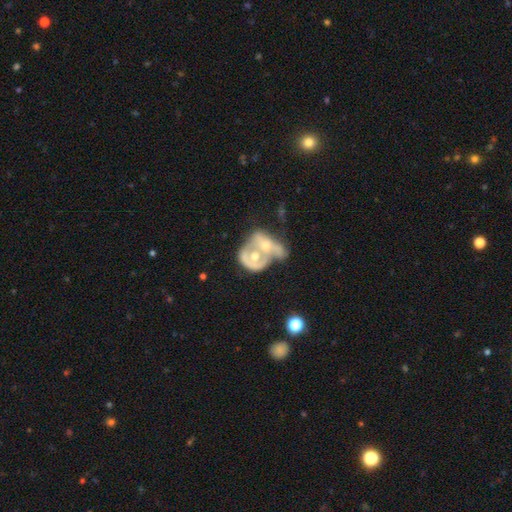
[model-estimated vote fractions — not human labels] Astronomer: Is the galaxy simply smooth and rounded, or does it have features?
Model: featured or disk — 65%.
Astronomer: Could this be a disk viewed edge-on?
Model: no — 96%.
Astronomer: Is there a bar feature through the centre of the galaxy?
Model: no — 78%.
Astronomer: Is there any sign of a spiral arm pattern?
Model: no — 57% (runner-up: yes, 43%).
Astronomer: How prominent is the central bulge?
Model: moderate — 67%.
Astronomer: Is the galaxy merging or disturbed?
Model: merger — 77%.